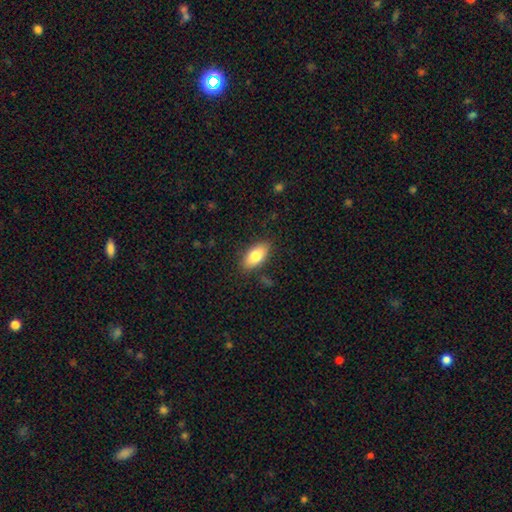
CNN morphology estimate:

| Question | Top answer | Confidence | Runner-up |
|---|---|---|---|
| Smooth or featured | smooth | 81% | featured or disk (12%) |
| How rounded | in between | 90% | cigar-shaped (6%) |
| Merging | none | 85% | minor disturbance (11%) |